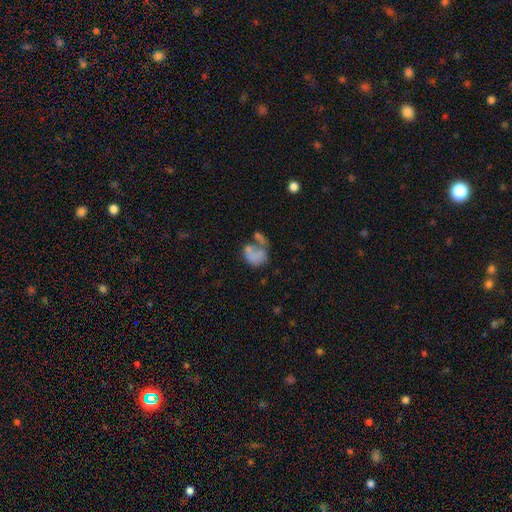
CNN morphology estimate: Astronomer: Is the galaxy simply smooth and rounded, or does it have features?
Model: smooth — 59%.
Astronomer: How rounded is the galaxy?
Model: in between — 50% (runner-up: round, 49%).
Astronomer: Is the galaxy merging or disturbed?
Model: merger — 30% (runner-up: major disturbance, 29%).